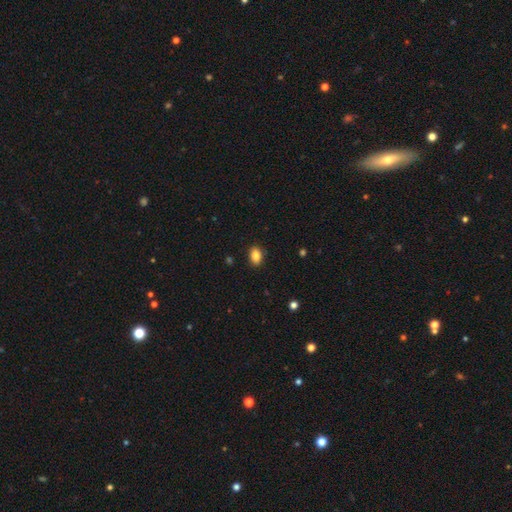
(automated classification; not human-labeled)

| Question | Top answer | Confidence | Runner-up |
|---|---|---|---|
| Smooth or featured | smooth | 85% | star or artifact (9%) |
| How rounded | in between | 84% | round (15%) |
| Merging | none | 89% | minor disturbance (8%) |